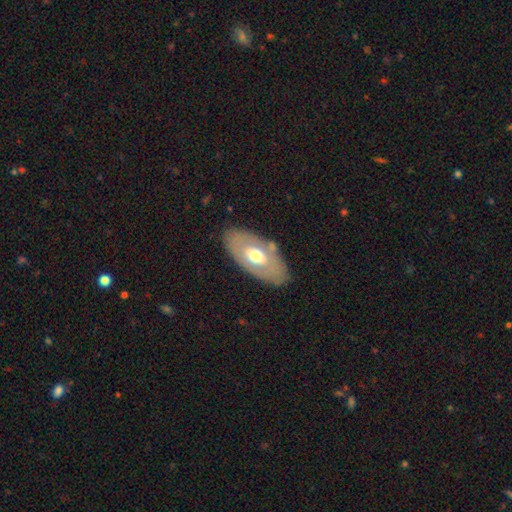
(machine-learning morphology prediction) This is possibly a featured or disk galaxy (49%). Merging: likely none (79%).